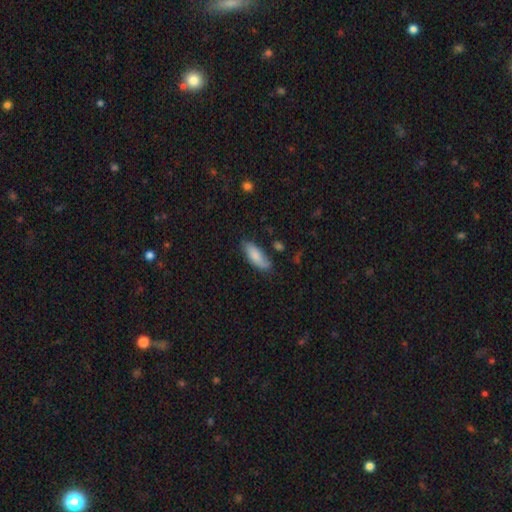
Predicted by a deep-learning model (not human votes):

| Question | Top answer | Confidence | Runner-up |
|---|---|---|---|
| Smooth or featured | smooth | 80% | featured or disk (13%) |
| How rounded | in between | 73% | cigar-shaped (25%) |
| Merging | none | 68% | minor disturbance (23%) |